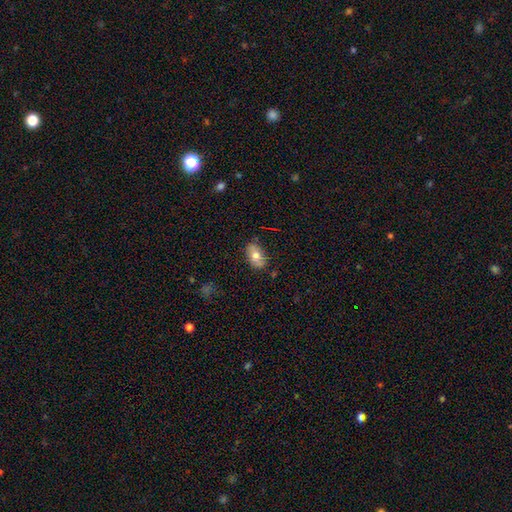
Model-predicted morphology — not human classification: smooth-or-featured: smooth: 71% | featured or disk: 21% | star or artifact: 8%
  how-rounded: in between: 91% | round: 7% | cigar-shaped: 3%
  merging: none: 79% | minor disturbance: 16% | major disturbance: 3% | merger: 2%